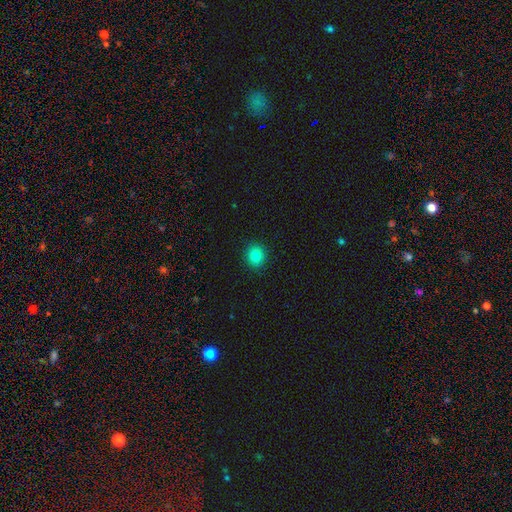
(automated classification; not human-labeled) Smooth or featured: smooth — 84% (star or artifact — 11%)
How rounded: round — 85% (in between — 14%)
Merging: none — 91% (minor disturbance — 6%)